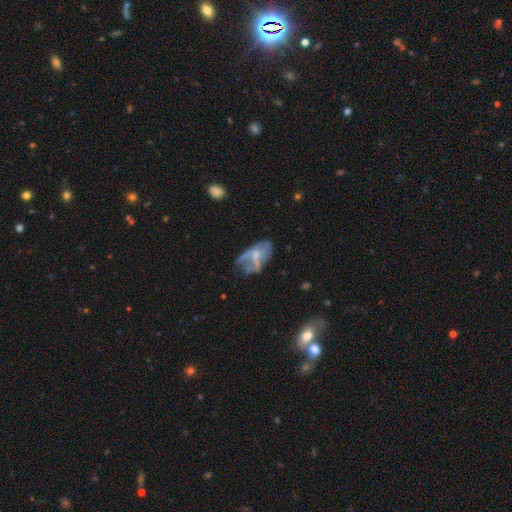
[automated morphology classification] This appears to be a featured or disk galaxy (55%) with no bar (60%), no spiral arms (61%) and a small central bulge (45%). Merging: major disturbance (41%).